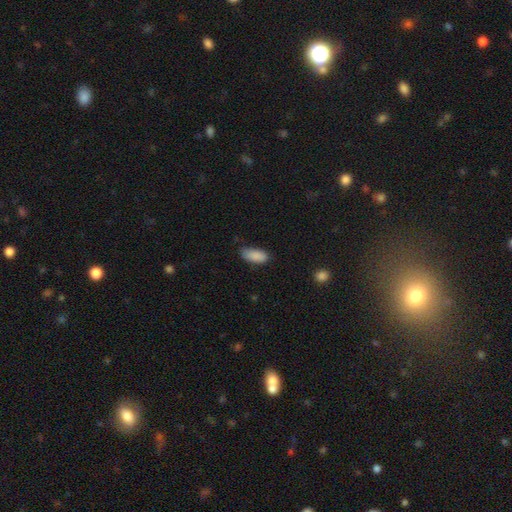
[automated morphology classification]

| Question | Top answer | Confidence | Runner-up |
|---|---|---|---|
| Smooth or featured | smooth | 89% | star or artifact (7%) |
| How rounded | in between | 88% | cigar-shaped (10%) |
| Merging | none | 74% | minor disturbance (21%) |